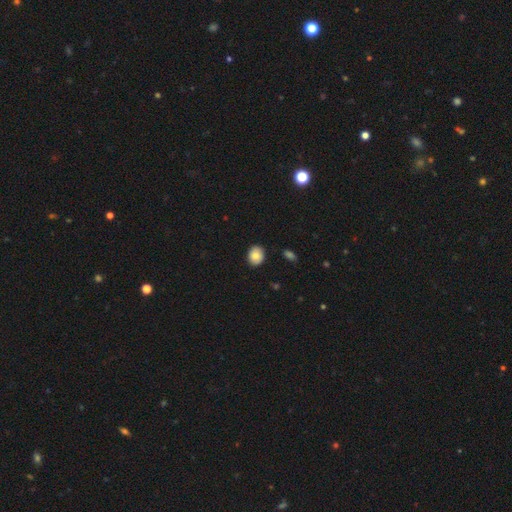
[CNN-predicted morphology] Smooth or featured: smooth — 80% (featured or disk — 12%)
How rounded: round — 54% (in between — 45%)
Merging: none — 88% (minor disturbance — 9%)